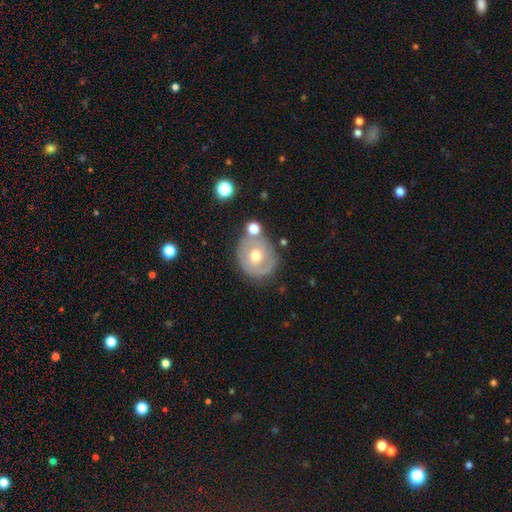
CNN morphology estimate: Overall: featured or disk (50%; smooth 42%). Merging: none (64%).